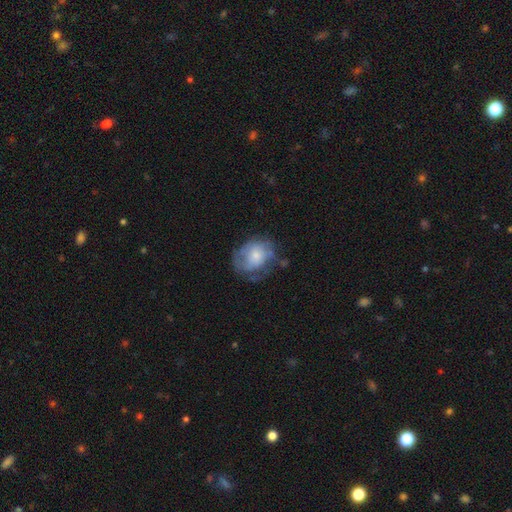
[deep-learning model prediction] smooth_or_featured: featured or disk (p=0.50) [alt: smooth p=0.42]
merging: none (p=0.47) [alt: minor disturbance p=0.28]